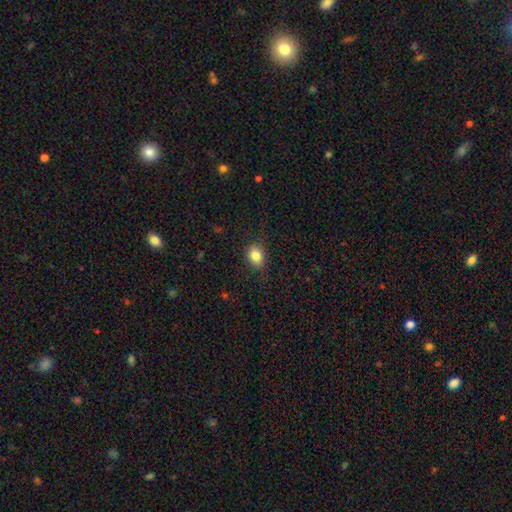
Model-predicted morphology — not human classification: type=smooth (83%); roundness=in between (61%); merging=none (80%).